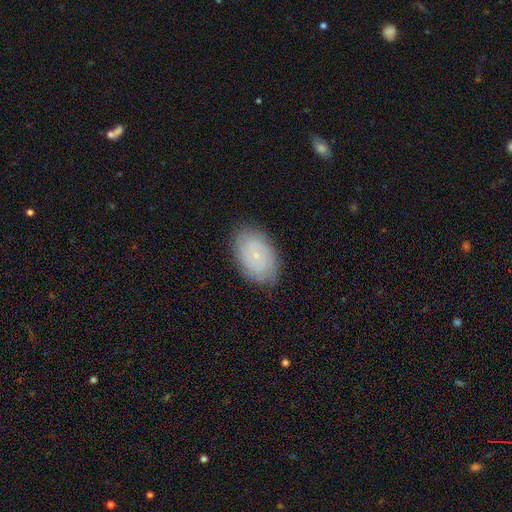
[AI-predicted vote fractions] featured or disk 55%, smooth 36%, star or artifact 9%. Down the decision tree: edge-on disk — no (96%); bar — no (79%); spiral arms — yes (84%); bulge size — small (84%); merging — none (81%).